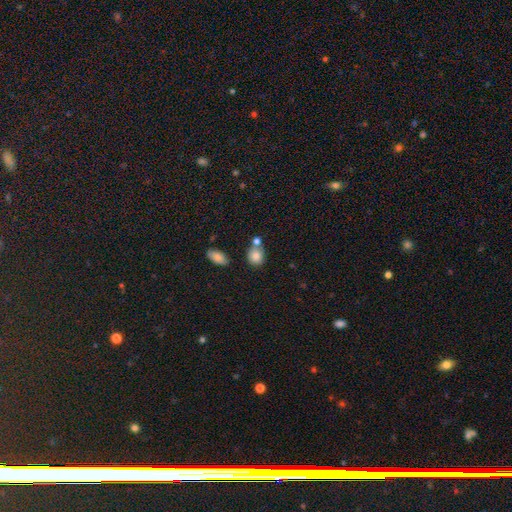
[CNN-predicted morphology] This is clearly a smooth galaxy (83%). How rounded: likely round (65%). Merging: possibly none (57%).